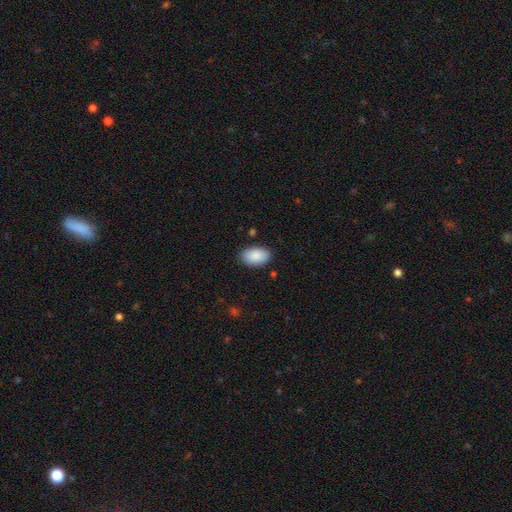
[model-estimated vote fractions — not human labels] Smooth or featured?
  - smooth: 89% *
  - star or artifact: 6%
  - featured or disk: 4%
How rounded?
  - in between: 93% *
  - round: 6%
  - cigar-shaped: 1%
Merging?
  - none: 86% *
  - minor disturbance: 10%
  - major disturbance: 2%
  - merger: 1%